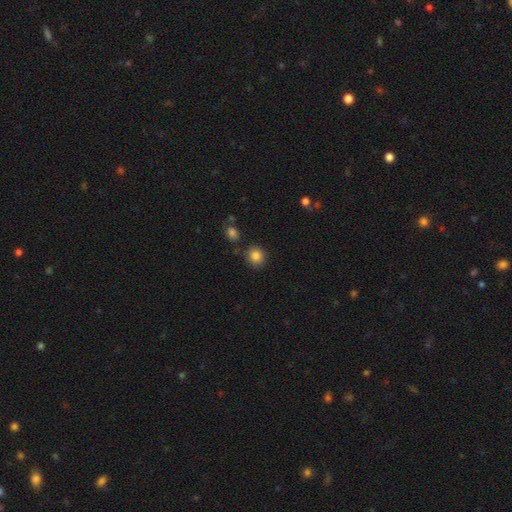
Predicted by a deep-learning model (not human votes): This appears to be a smooth galaxy with no disk features (85%) that is round (82%). Merging: none (82%).